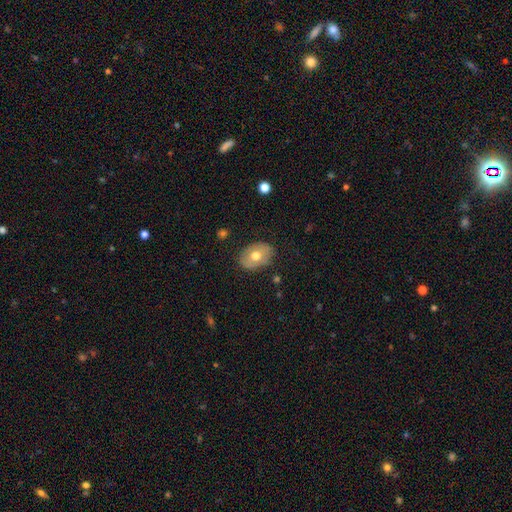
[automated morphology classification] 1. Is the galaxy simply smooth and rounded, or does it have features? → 60% smooth, 33% featured or disk, 7% star or artifact.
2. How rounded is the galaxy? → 78% in between, 21% round, 1% cigar-shaped.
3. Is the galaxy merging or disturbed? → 81% none, 14% minor disturbance, 3% major disturbance, 1% merger.